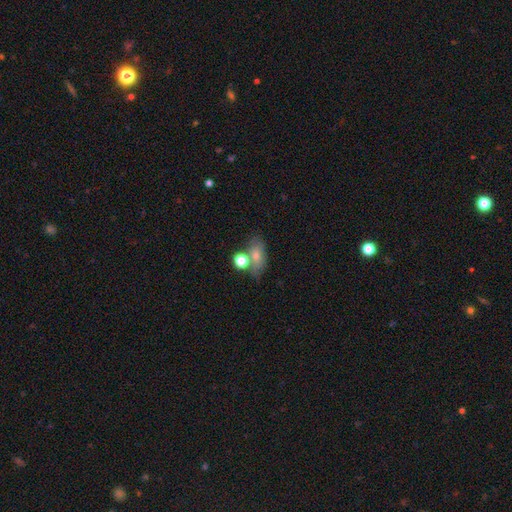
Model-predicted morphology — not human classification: Smooth or featured?
  - smooth: 62% *
  - featured or disk: 21%
  - star or artifact: 17%
How rounded?
  - in between: 72% *
  - round: 23%
  - cigar-shaped: 6%
Merging?
  - none: 55% *
  - merger: 22%
  - minor disturbance: 16%
  - major disturbance: 7%